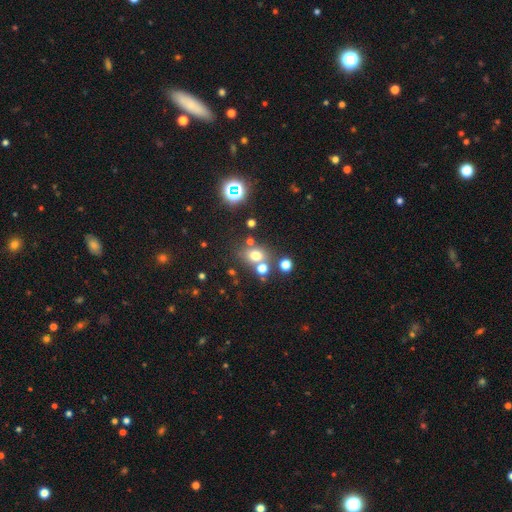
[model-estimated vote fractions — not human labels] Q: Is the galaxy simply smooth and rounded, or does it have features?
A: smooth — 66%.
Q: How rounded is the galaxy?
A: round — 60%.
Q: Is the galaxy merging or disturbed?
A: none — 60%.